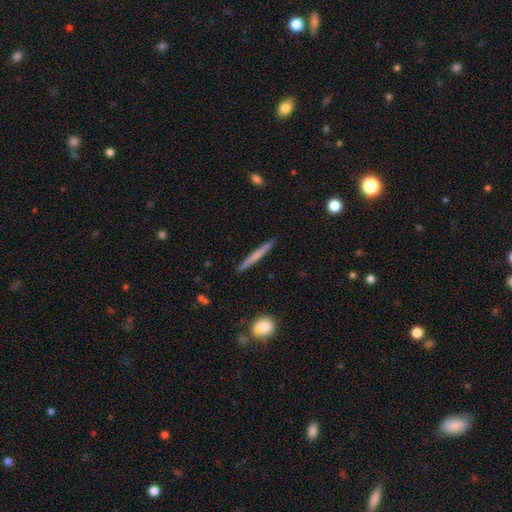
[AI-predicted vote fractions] Smooth or featured? smooth (54%)
How rounded? cigar-shaped (96%)
Merging? none (90%)